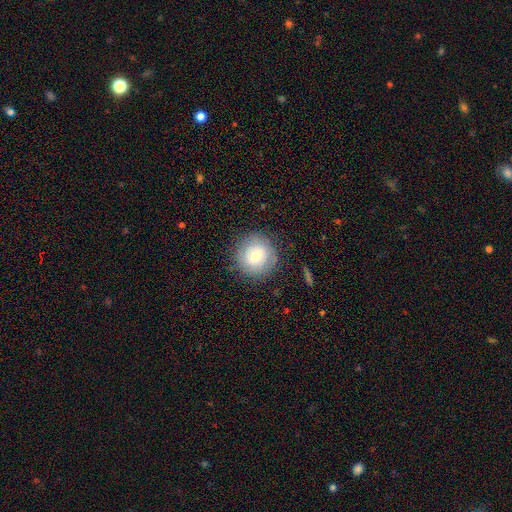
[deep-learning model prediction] Smooth or featured? Predicted: smooth (p=0.68). How rounded? Predicted: round (p=0.94). Merging? Predicted: none (p=0.85).